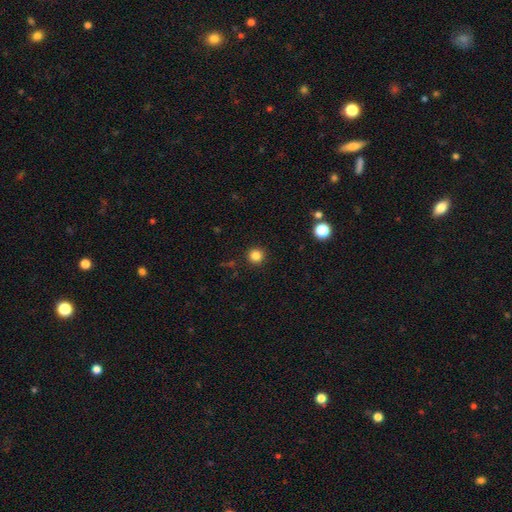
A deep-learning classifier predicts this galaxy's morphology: smooth_or_featured: smooth (p=0.84) [alt: star or artifact p=0.12]
how_rounded: round (p=0.96) [alt: in between p=0.04]
merging: none (p=0.92) [alt: minor disturbance p=0.05]